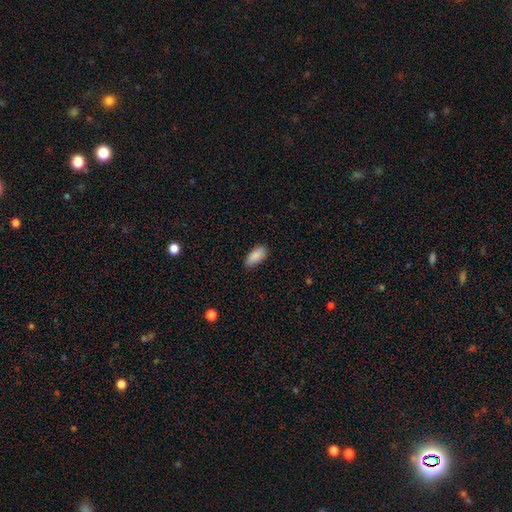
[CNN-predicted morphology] Smooth or featured: smooth — 89% (star or artifact — 6%)
How rounded: in between — 90% (cigar-shaped — 9%)
Merging: none — 85% (minor disturbance — 12%)